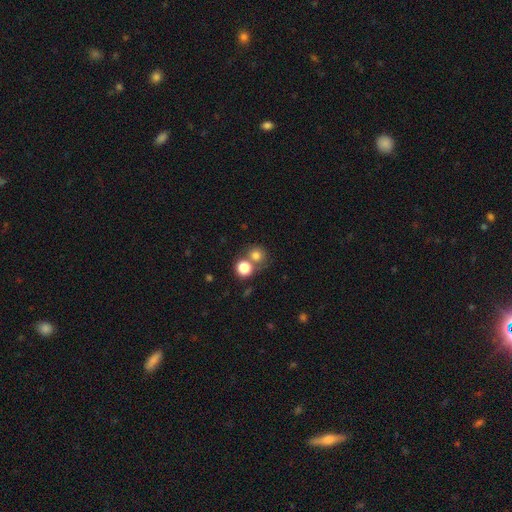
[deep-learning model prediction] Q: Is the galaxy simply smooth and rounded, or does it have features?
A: smooth — 77%.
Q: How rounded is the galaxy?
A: round — 89%.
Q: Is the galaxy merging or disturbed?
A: none — 57%.